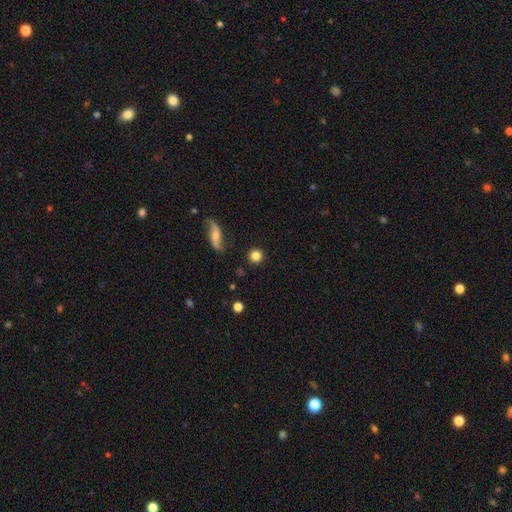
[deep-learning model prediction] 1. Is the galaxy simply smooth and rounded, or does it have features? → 81% smooth, 10% featured or disk, 9% star or artifact.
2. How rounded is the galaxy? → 94% round, 4% in between, 2% cigar-shaped.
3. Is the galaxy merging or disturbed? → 89% none, 7% minor disturbance, 2% major disturbance, 2% merger.